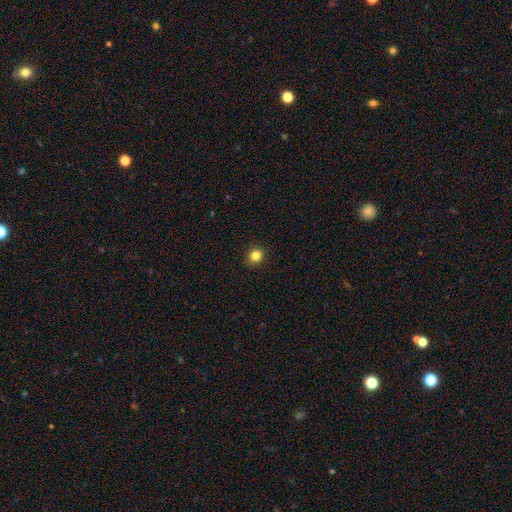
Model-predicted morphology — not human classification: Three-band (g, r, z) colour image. It shows a smooth galaxy with no disk features (83%) that is round (87%). Merging: none (92%).